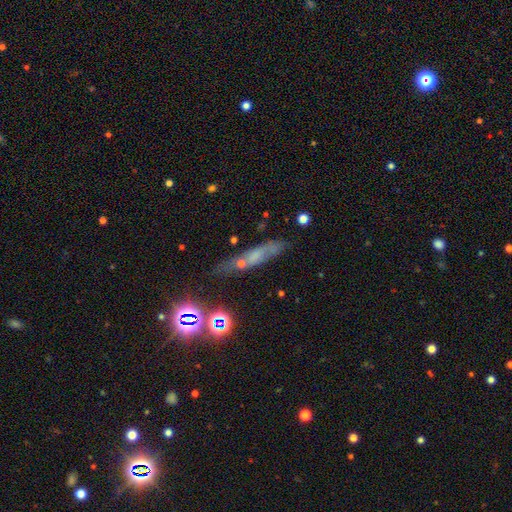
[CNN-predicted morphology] Q: Smooth or featured?
A: smooth (44%); runner-up: featured or disk (35%)
Q: Merging?
A: none (64%); runner-up: minor disturbance (19%)